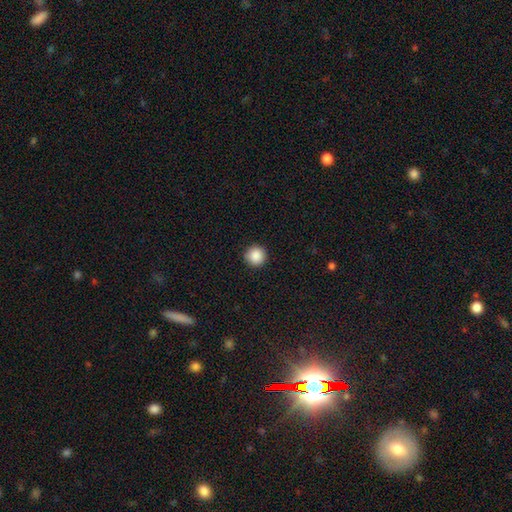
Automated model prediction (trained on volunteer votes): A smooth galaxy with no disk features (88%) that is round (96%). Merging: none (92%).